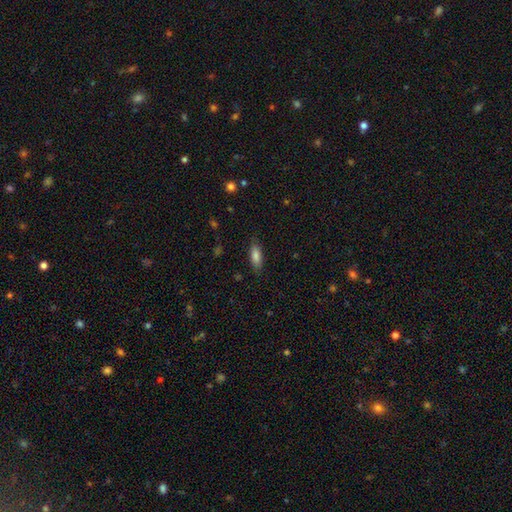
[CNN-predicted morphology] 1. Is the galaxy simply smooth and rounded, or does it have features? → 83% smooth, 10% featured or disk, 7% star or artifact.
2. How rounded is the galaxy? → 69% in between, 29% cigar-shaped, 2% round.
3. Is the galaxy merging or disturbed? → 84% none, 12% minor disturbance, 3% major disturbance, 1% merger.